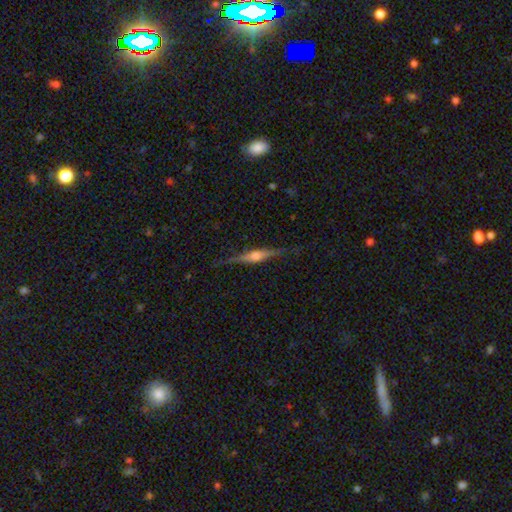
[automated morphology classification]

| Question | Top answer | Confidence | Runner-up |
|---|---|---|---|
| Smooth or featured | featured or disk | 77% | smooth (16%) |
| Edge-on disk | yes | 98% | no (2%) |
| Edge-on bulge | rounded | 85% | boxy (11%) |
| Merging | none | 85% | minor disturbance (11%) |